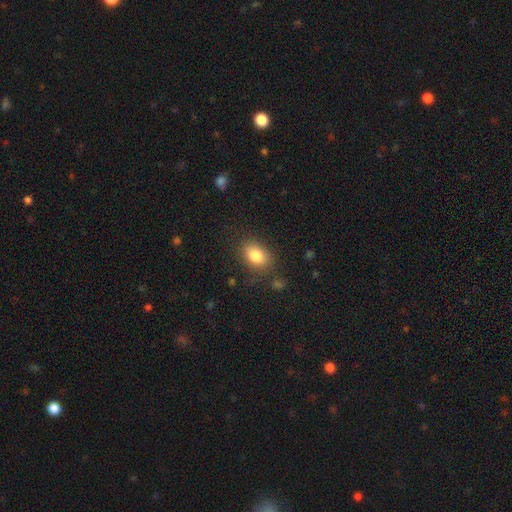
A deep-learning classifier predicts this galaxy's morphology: Smooth or featured? Predicted: smooth (p=0.83). How rounded? Predicted: in between (p=0.80). Merging? Predicted: none (p=0.79).